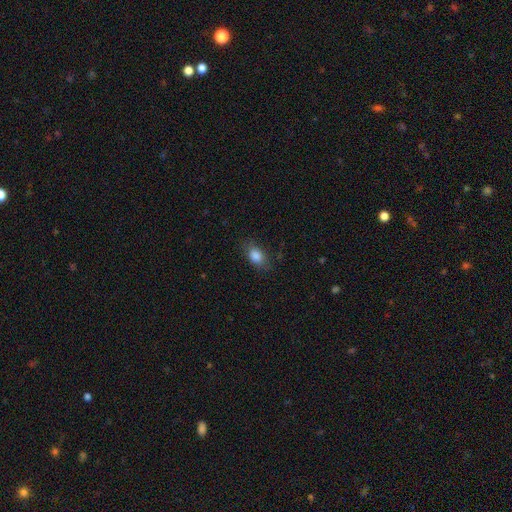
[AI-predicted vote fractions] This is clearly a smooth galaxy (85%). How rounded: clearly in between (80%). Merging: likely none (78%).